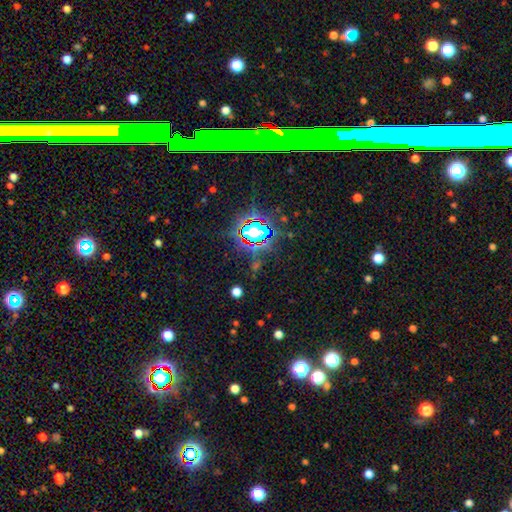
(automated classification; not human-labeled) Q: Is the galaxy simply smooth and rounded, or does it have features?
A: star or artifact — 73%.